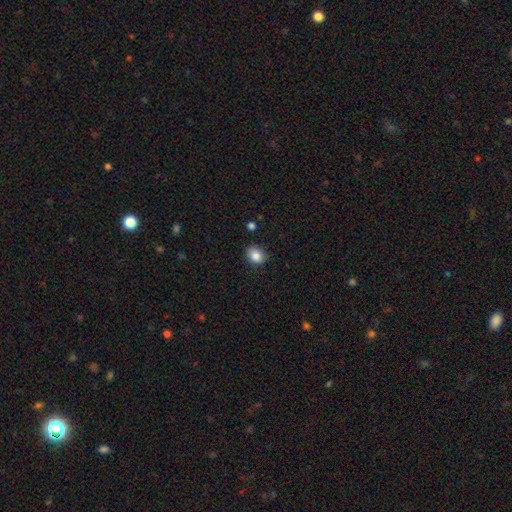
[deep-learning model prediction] A smooth galaxy with no disk features (85%) that is round (50%). Merging: none (81%).